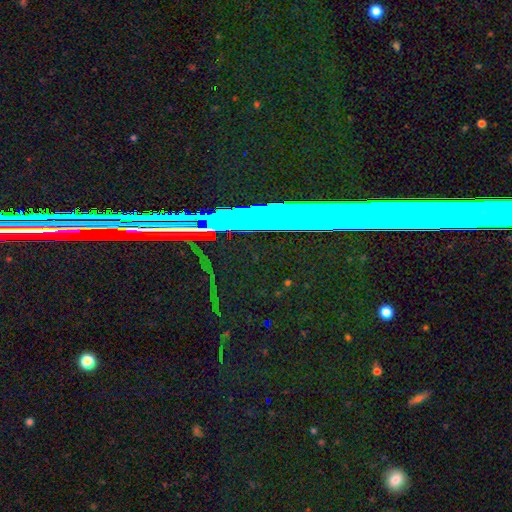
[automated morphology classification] Overall: star or artifact (78%).